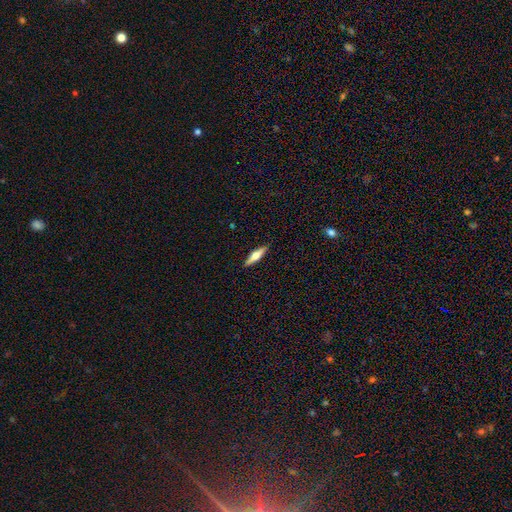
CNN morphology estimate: Smooth or featured? Predicted: featured or disk (p=0.53). Edge-on disk? Predicted: yes (p=0.94). Merging? Predicted: none (p=0.90).